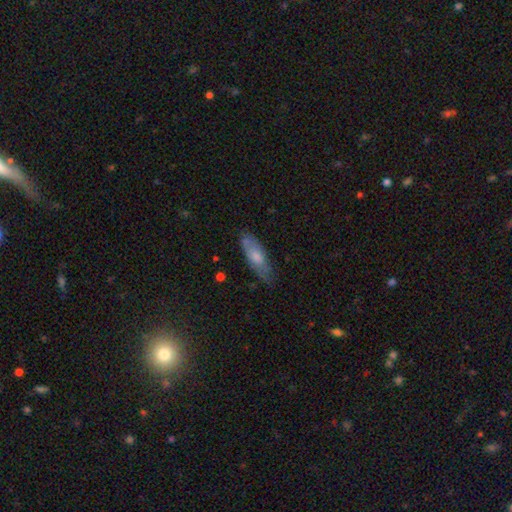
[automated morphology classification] This is likely a smooth galaxy (63%). How rounded: possibly in between (57%). Merging: likely none (69%).